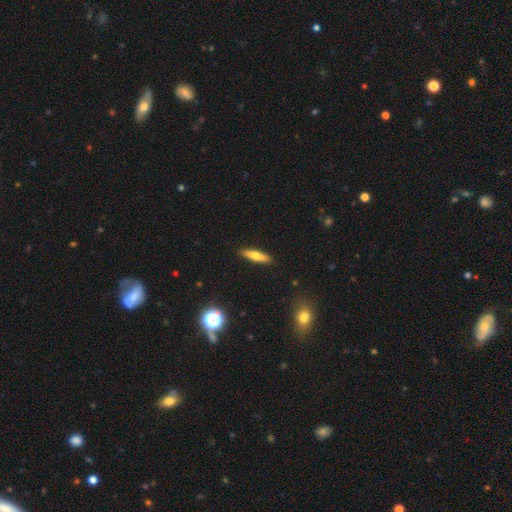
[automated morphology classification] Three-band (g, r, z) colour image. It shows a smooth galaxy with no disk features (67%) that is cigar-shaped (76%). Merging: none (89%).